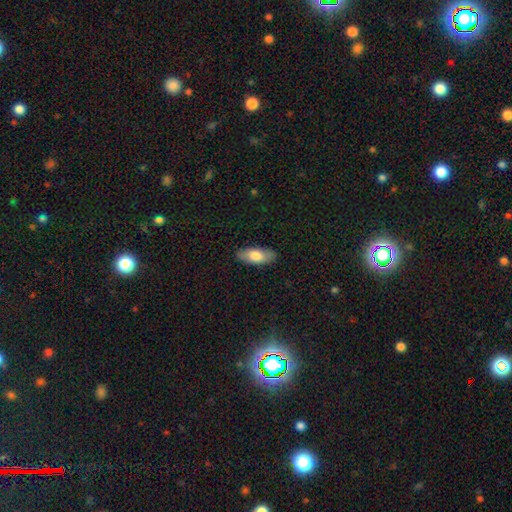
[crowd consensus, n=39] A smooth galaxy with no disk features (69%) that is in between round and cigar-shaped (93%). Merging: none (83%).